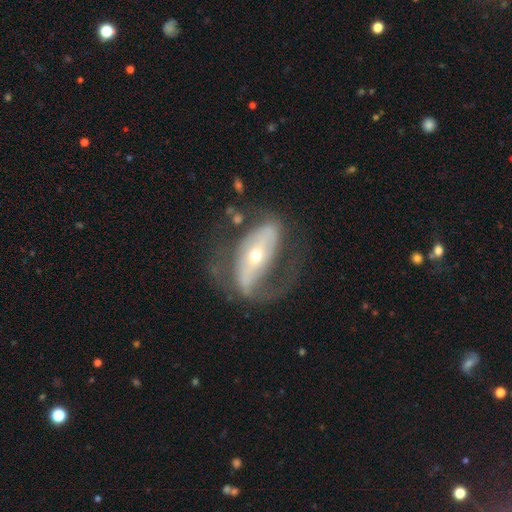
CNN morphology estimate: A featured or disk galaxy (79%) with a strong bar (44%), 2 (66%) medium (42%) spiral arms (76%) and a small central bulge (57%). Merging: none (46%).